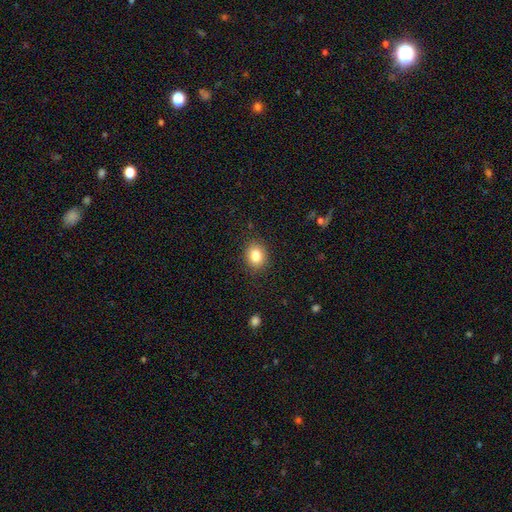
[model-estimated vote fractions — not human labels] Morphology: type=smooth (83%); roundness=round (61%); merging=none (88%).